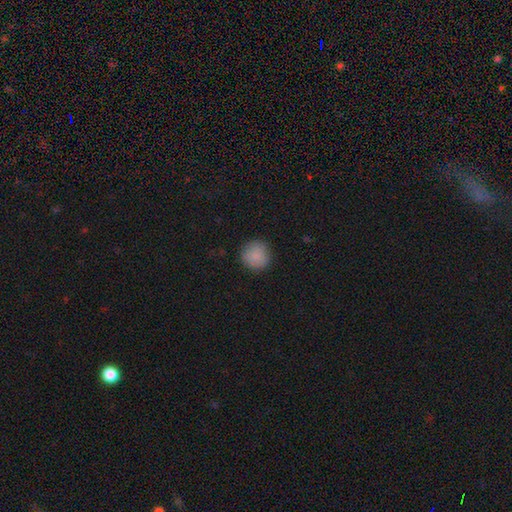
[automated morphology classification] Smooth or featured? Predicted: smooth (p=0.87). How rounded? Predicted: round (p=0.94). Merging? Predicted: none (p=0.88).